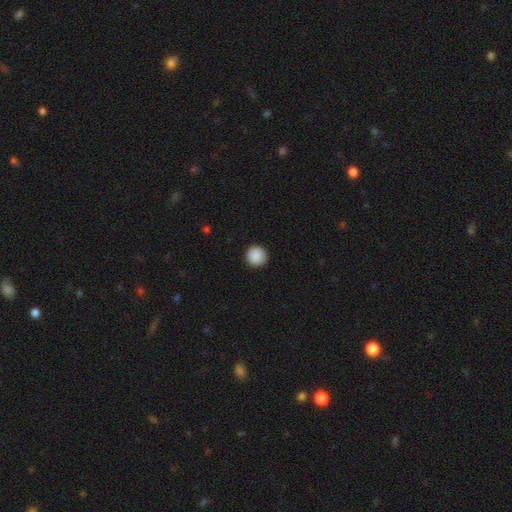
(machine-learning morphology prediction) A smooth galaxy with no disk features (90%) that is round (96%). Merging: none (93%).